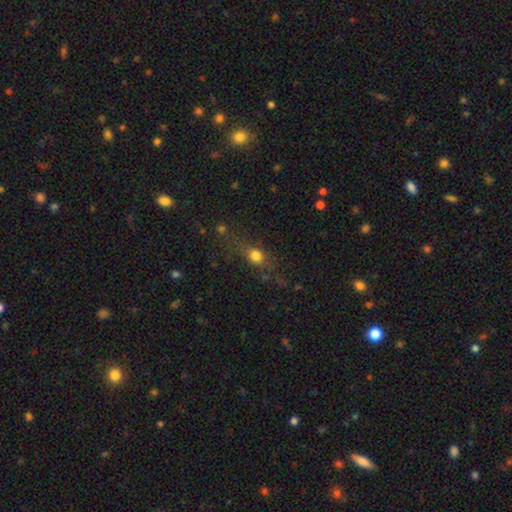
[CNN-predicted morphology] Overall: smooth (66%). How rounded: round (41%; in between 40%). Merging: none (63%).